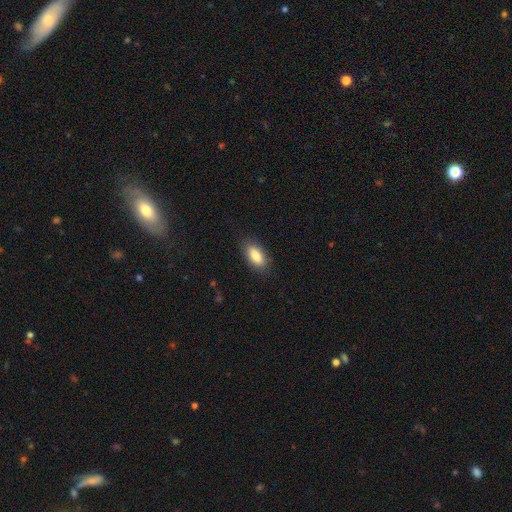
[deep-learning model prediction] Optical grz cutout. It shows a smooth galaxy with no disk features (85%) that is in between round and cigar-shaped (87%). Merging: none (86%).